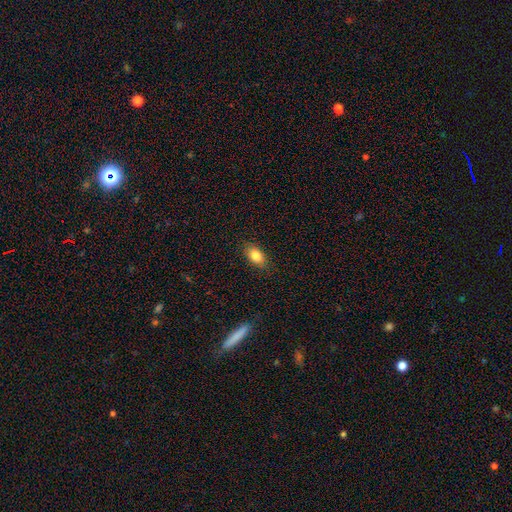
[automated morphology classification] Smooth or featured?
  - smooth: 84% *
  - featured or disk: 8%
  - star or artifact: 8%
How rounded?
  - in between: 87% *
  - round: 9%
  - cigar-shaped: 3%
Merging?
  - none: 86% *
  - minor disturbance: 10%
  - major disturbance: 2%
  - merger: 1%